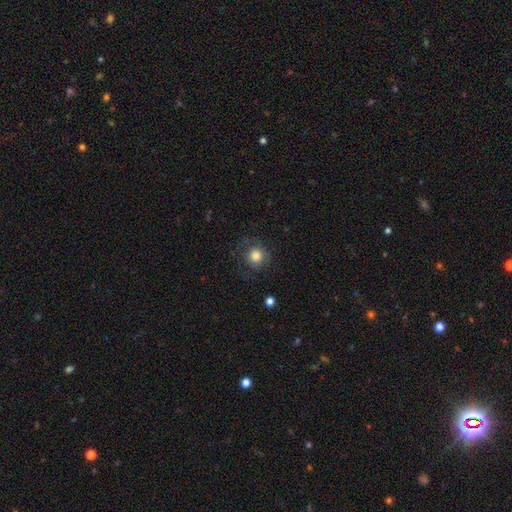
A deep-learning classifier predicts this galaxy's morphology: Overall: smooth (81%). How rounded: round (91%). Merging: none (76%).